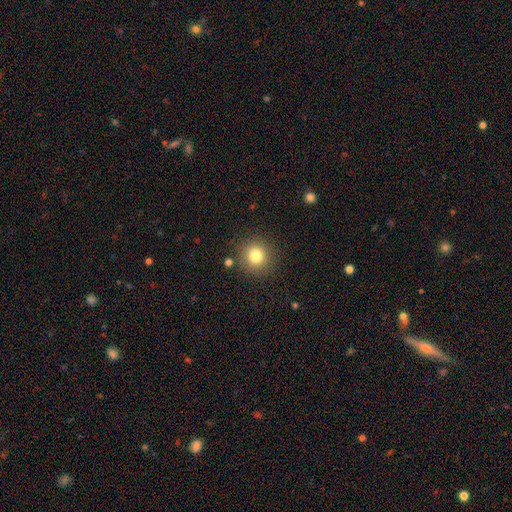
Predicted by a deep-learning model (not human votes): Morphology: type=smooth (80%); roundness=round (93%); merging=none (86%).